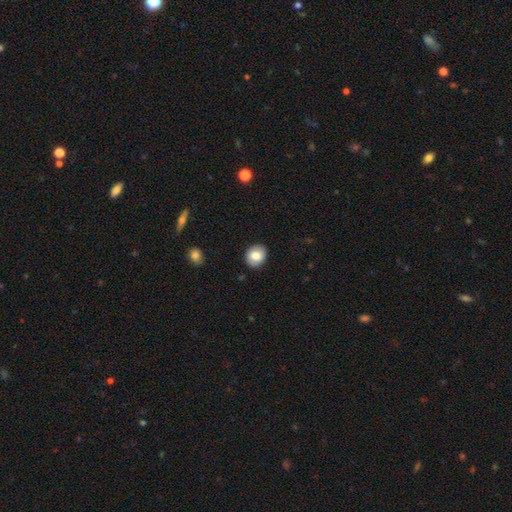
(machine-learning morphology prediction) Smooth or featured?
  - smooth: 81% *
  - featured or disk: 11%
  - star or artifact: 8%
How rounded?
  - round: 61% *
  - in between: 38%
  - cigar-shaped: 1%
Merging?
  - none: 89% *
  - minor disturbance: 8%
  - major disturbance: 2%
  - merger: 1%